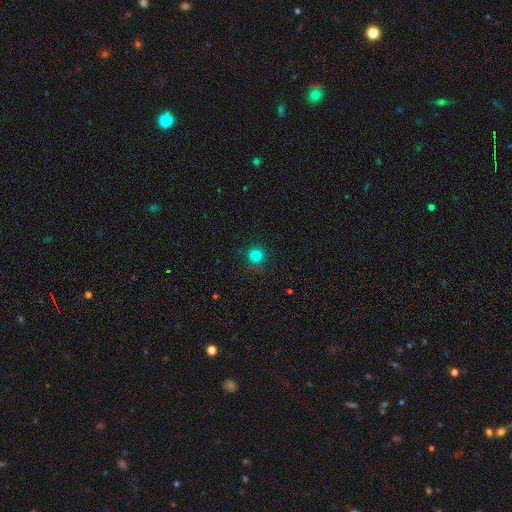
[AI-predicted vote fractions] The model was most divided on "smooth or featured": smooth: 81%, star or artifact: 14%, featured or disk: 5%. More confident: how rounded — round (94%); merging — none (88%).